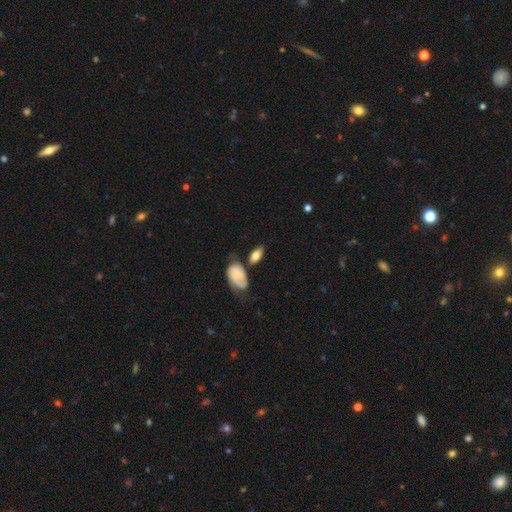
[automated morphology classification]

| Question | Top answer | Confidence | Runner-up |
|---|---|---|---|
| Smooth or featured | smooth | 70% | featured or disk (23%) |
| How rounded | in between | 88% | cigar-shaped (6%) |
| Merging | none | 58% | minor disturbance (22%) |